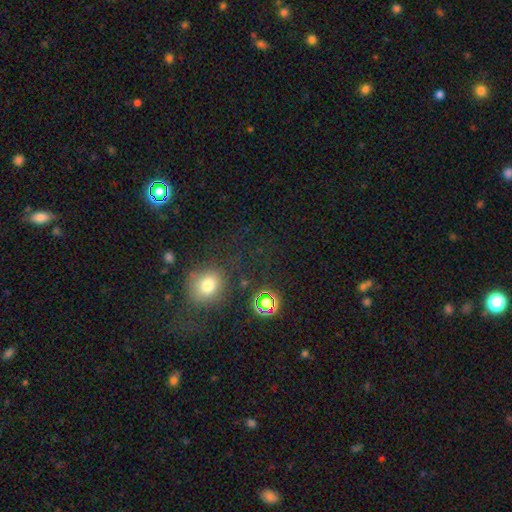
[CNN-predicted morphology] smooth 56%, star or artifact 31%, featured or disk 13%. Down the decision tree: how rounded — round (82%); merging — none (73%).